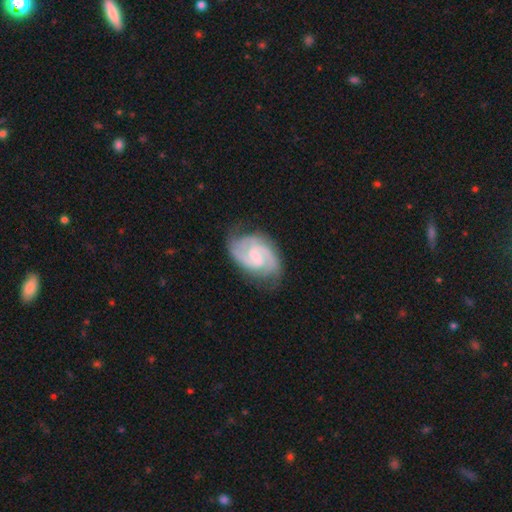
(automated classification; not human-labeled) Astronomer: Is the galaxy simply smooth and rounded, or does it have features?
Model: featured or disk — 89%.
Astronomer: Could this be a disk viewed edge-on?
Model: no — 98%.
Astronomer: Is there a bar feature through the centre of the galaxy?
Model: weak — 53% (runner-up: no, 36%).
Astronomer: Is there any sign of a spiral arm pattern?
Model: yes — 98%.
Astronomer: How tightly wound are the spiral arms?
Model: tight — 48% (runner-up: medium, 45%).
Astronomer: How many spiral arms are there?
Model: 2 — 82%.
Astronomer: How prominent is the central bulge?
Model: small — 40% (runner-up: none, 28%).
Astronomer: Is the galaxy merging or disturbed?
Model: none — 74%.